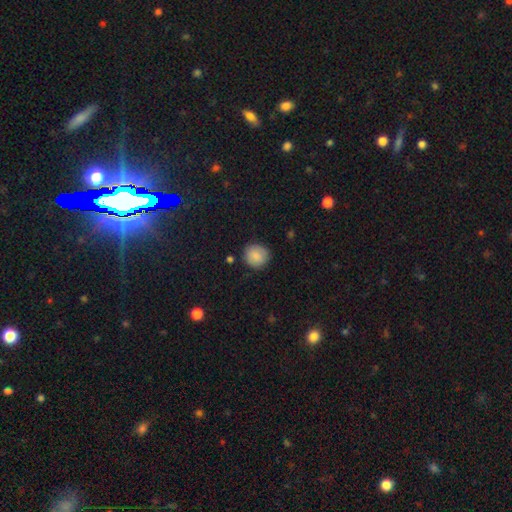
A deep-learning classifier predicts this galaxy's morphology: Overall: smooth (86%). How rounded: round (90%). Merging: none (85%).